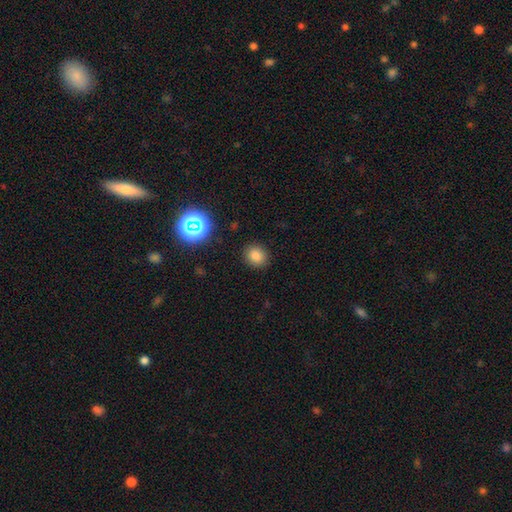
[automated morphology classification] Smooth or featured? Predicted: smooth (p=0.79). How rounded? Predicted: round (p=0.78). Merging? Predicted: none (p=0.89).